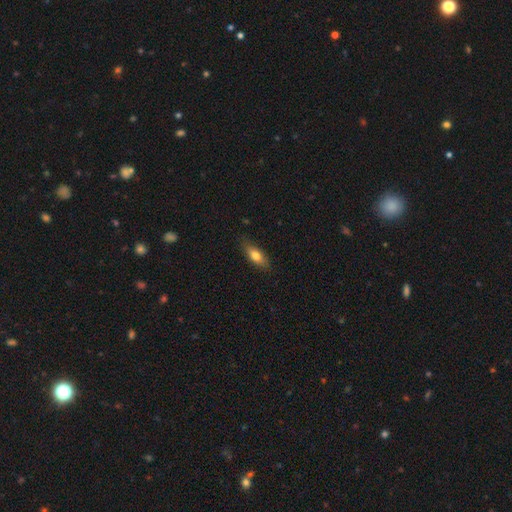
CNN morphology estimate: A smooth galaxy with no disk features (74%) that is in between round and cigar-shaped (73%). Merging: none (80%).